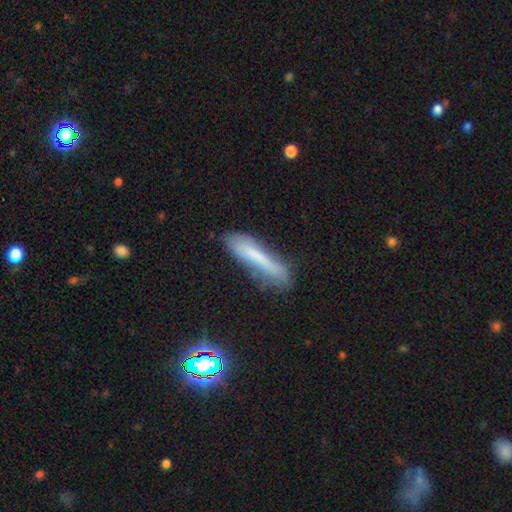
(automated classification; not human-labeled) Morphology: type=smooth (65%); roundness=cigar-shaped (87%); merging=none (62%).